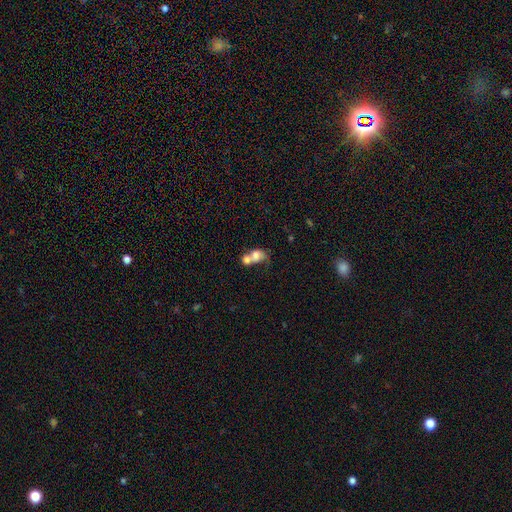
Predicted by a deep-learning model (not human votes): Smooth or featured: smooth — 67% (featured or disk — 23%)
How rounded: in between — 58% (round — 40%)
Merging: merger — 74% (none — 12%)